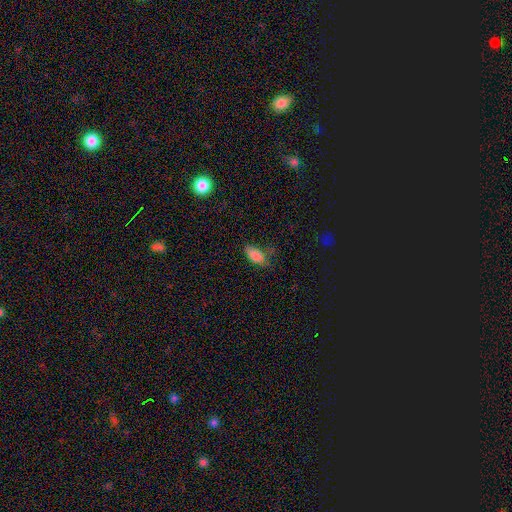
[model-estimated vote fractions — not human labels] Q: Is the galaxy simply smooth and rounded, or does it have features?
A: smooth — 84%.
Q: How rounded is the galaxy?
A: in between — 90%.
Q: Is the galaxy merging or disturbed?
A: none — 50%.